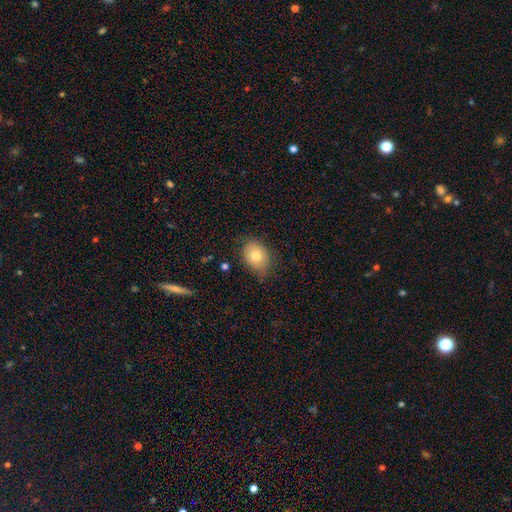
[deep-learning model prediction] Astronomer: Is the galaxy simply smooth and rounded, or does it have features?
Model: smooth — 76%.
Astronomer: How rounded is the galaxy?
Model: in between — 64%.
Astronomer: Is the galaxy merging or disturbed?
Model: none — 70%.